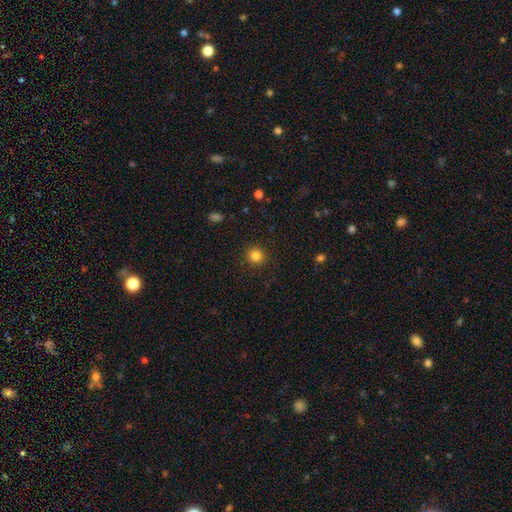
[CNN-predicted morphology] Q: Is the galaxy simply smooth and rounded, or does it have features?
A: smooth — 83%.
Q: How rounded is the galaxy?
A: round — 91%.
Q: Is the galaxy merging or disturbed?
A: none — 91%.